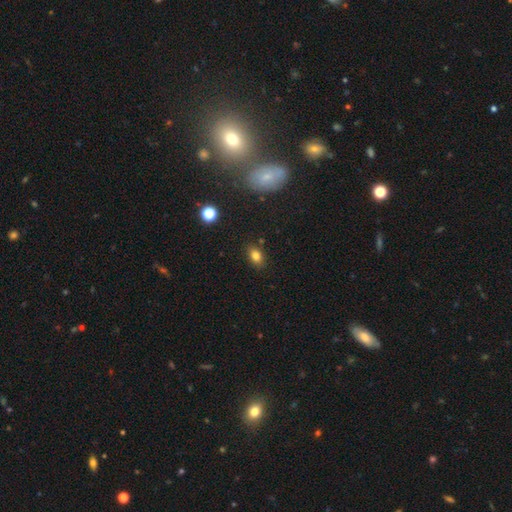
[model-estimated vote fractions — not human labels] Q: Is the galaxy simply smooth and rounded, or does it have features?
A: smooth — 80%.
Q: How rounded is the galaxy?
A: in between — 77%.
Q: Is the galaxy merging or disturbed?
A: none — 85%.